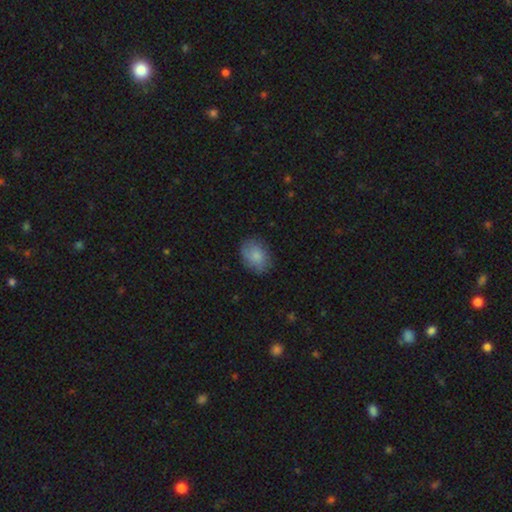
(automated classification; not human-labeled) smooth_or_featured: smooth (p=0.80) [alt: featured or disk p=0.13]
how_rounded: in between (p=0.65) [alt: round p=0.34]
merging: none (p=0.78) [alt: minor disturbance p=0.17]